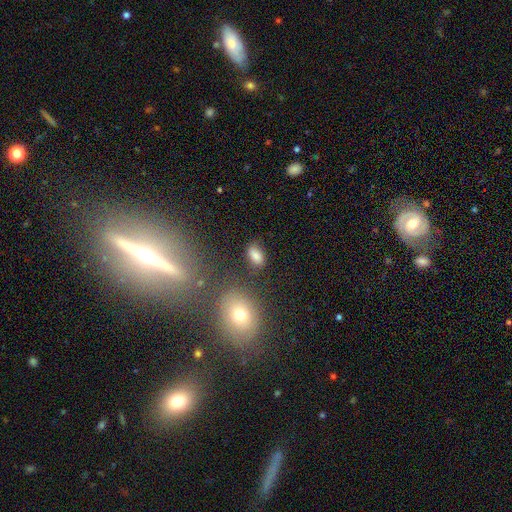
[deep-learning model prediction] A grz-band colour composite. It shows a smooth galaxy with no disk features (80%) that is in between round and cigar-shaped (88%). Merging: none (72%).